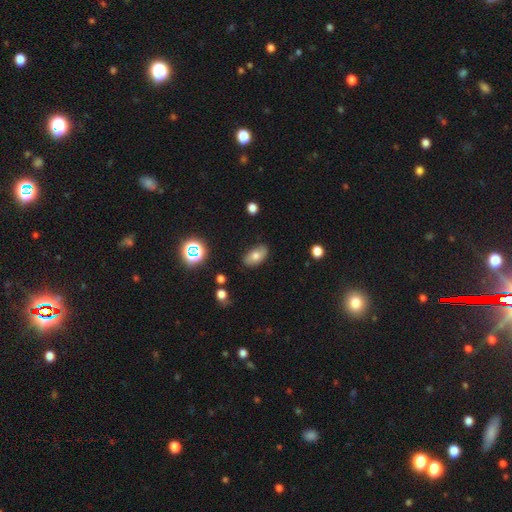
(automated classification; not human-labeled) Overall: smooth (70%). How rounded: in between (91%). Merging: none (78%).